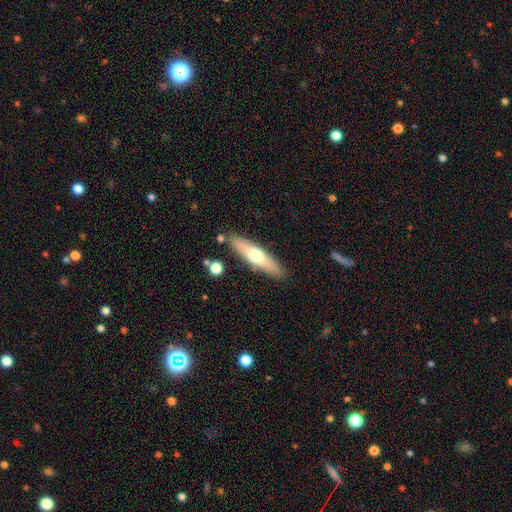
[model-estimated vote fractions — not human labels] Smooth or featured? smooth (53%)
How rounded? cigar-shaped (76%)
Merging? none (86%)